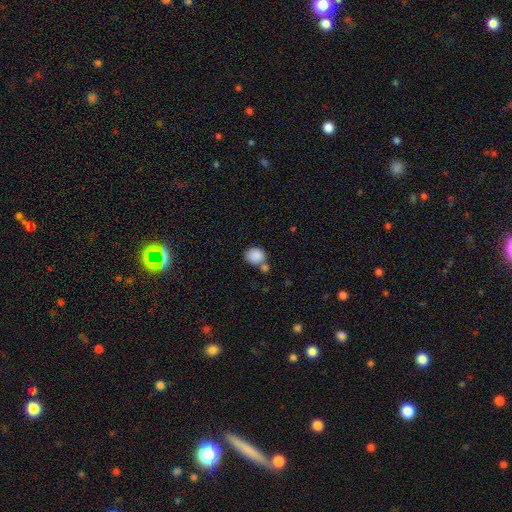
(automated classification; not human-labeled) A smooth galaxy with no disk features (87%) that is round (67%). Merging: none (51%).